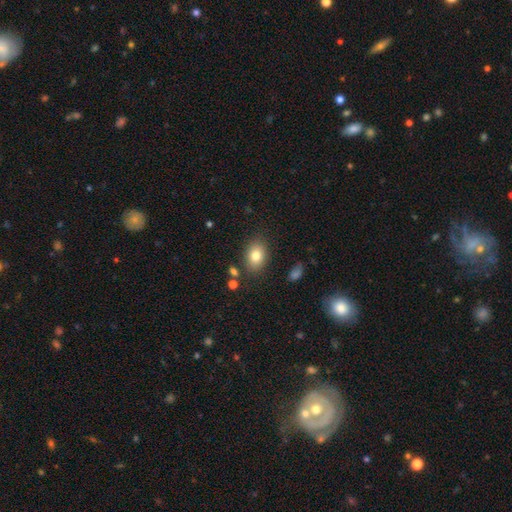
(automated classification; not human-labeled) smooth 80%, featured or disk 11%, star or artifact 9%. Down the decision tree: how rounded — in between (77%); merging — none (82%).